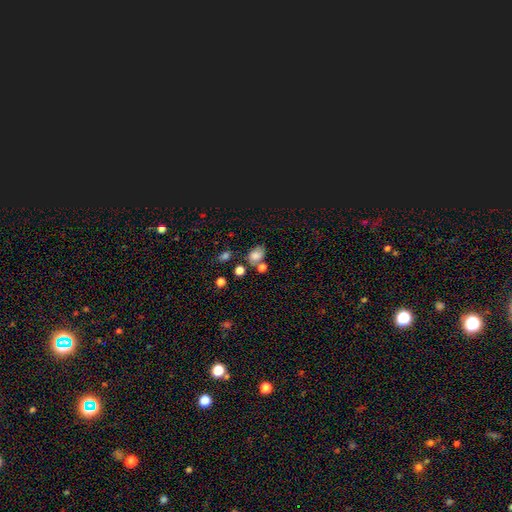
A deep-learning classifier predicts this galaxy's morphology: Smooth or featured: smooth — 72% (star or artifact — 16%)
How rounded: in between — 70% (round — 28%)
Merging: none — 50% (merger — 22%)